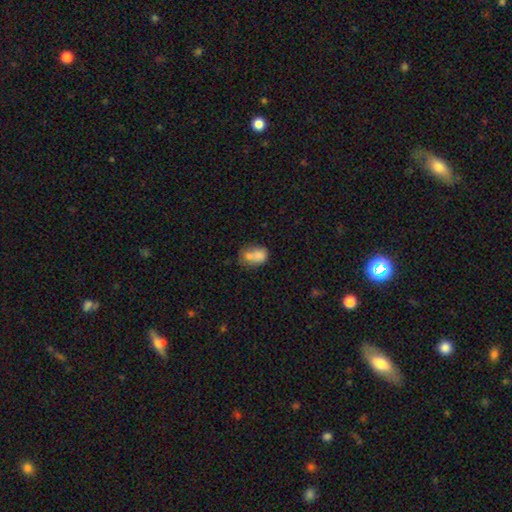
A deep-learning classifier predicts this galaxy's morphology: type=smooth (71%); roundness=in between (64%); merging=merger (56%).